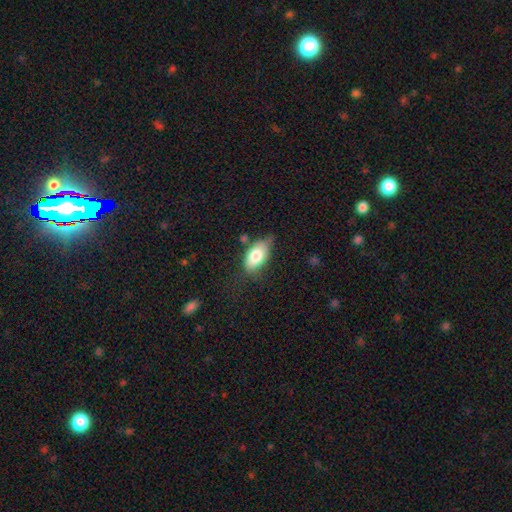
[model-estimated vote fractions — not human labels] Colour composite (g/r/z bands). It shows a smooth galaxy with no disk features (77%) that is in between round and cigar-shaped (91%). Merging: none (50%).